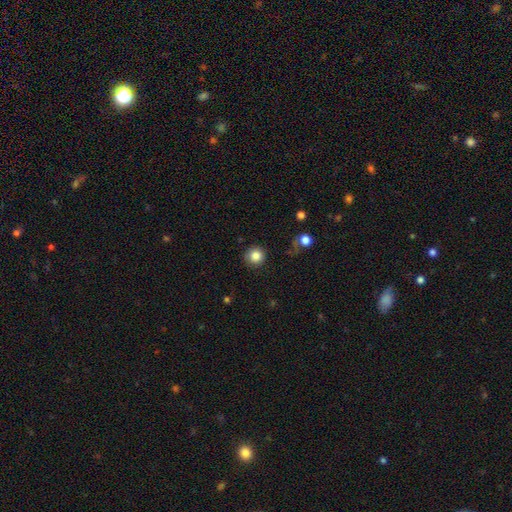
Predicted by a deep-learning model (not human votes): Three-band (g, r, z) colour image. It shows a smooth galaxy with no disk features (84%) that is round (93%). Merging: none (86%).